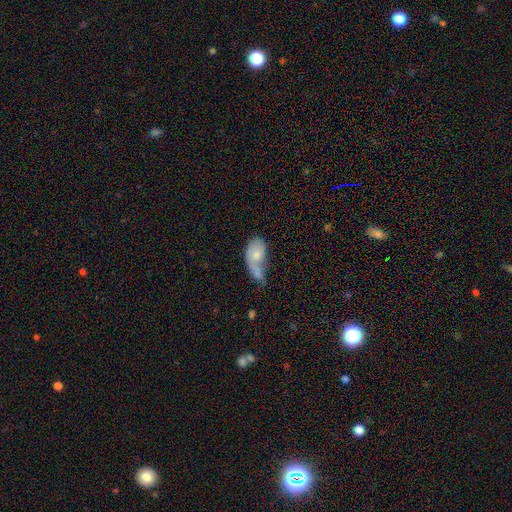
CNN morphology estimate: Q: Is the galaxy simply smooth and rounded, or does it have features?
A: smooth — 61%.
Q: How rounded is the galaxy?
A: in between — 86%.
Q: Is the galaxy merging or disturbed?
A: merger — 37%.